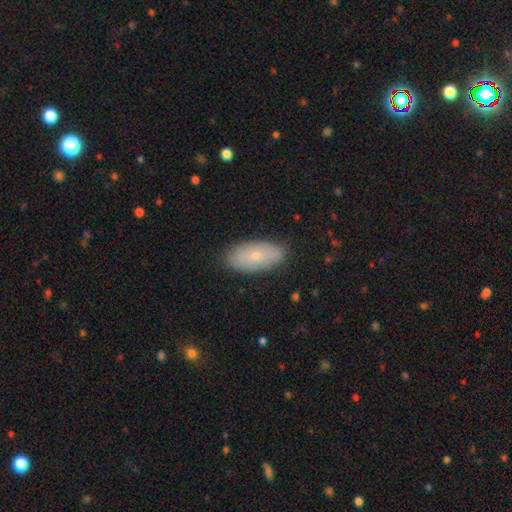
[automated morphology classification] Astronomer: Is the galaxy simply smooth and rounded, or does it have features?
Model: smooth — 70%.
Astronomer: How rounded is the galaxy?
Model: in between — 91%.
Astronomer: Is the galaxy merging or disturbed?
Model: none — 85%.